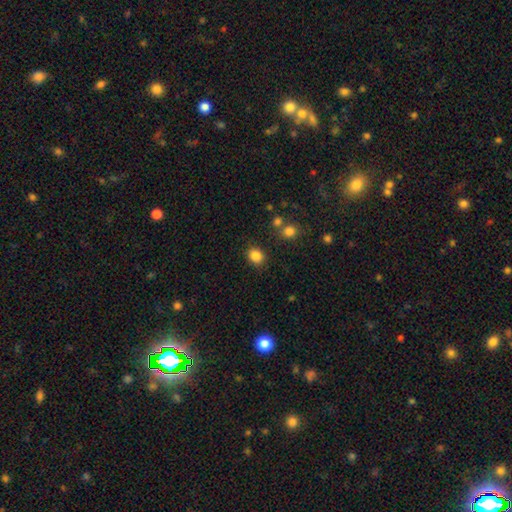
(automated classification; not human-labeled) Smooth or featured: smooth — 85% (star or artifact — 11%)
How rounded: round — 60% (in between — 39%)
Merging: none — 85% (minor disturbance — 9%)